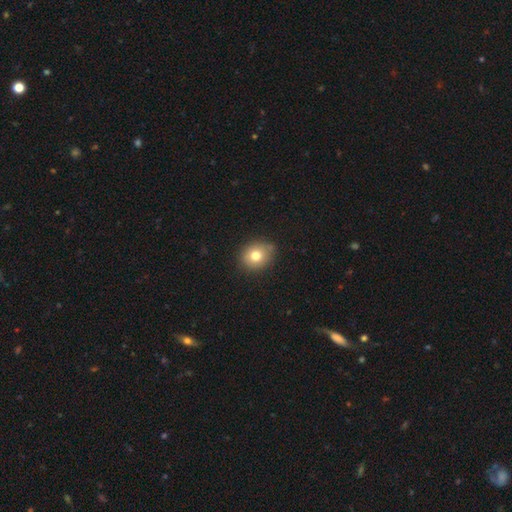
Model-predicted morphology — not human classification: smooth_or_featured: smooth (p=0.77) [alt: featured or disk p=0.12]
how_rounded: round (p=0.69) [alt: in between p=0.30]
merging: none (p=0.82) [alt: minor disturbance p=0.13]